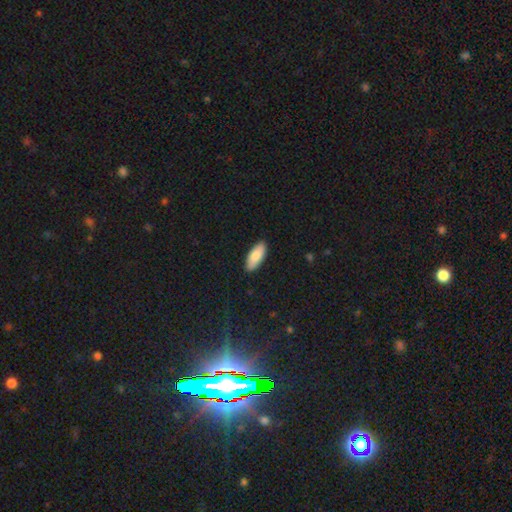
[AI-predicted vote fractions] Q: Smooth or featured?
A: smooth (84%); runner-up: featured or disk (11%)
Q: How rounded?
A: in between (80%); runner-up: cigar-shaped (18%)
Q: Merging?
A: none (90%); runner-up: minor disturbance (8%)